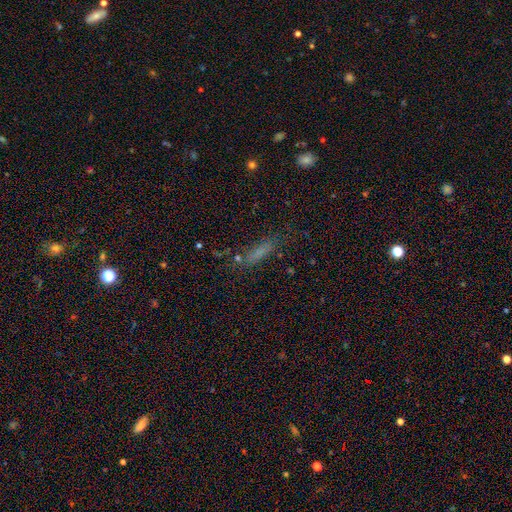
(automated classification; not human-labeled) This appears to be a smooth galaxy with no disk features (46%). Merging: none (67%).